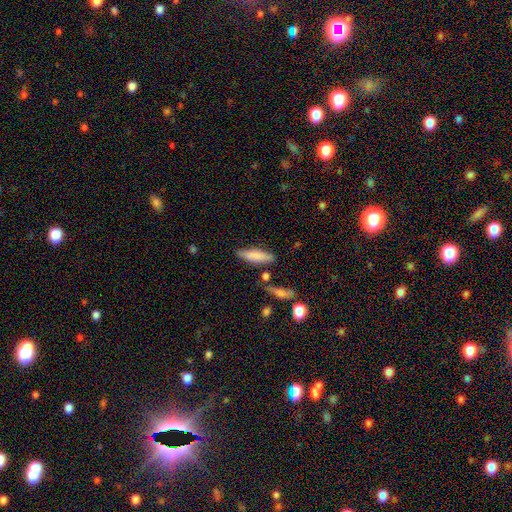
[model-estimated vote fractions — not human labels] A smooth galaxy with no disk features (79%) that is cigar-shaped (62%).

Vote fractions:
- Smooth or featured? smooth: 79% / featured or disk: 15% / star or artifact: 6%
- How rounded? cigar-shaped: 62% / in between: 36% / round: 2%
- Merging? none: 76% / minor disturbance: 15% / merger: 5% / major disturbance: 4%